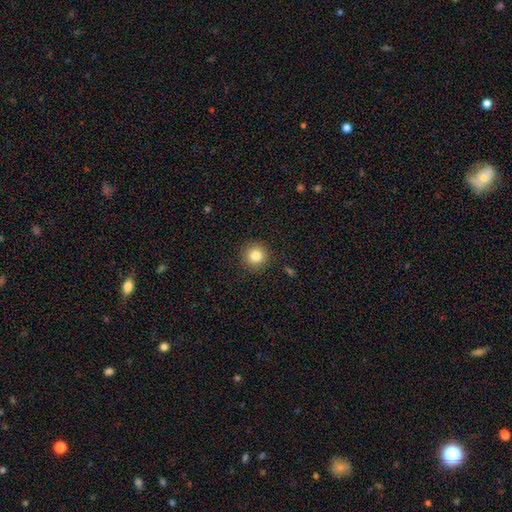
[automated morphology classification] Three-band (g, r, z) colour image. It shows a smooth galaxy with no disk features (83%) that is round (95%). Merging: none (90%).